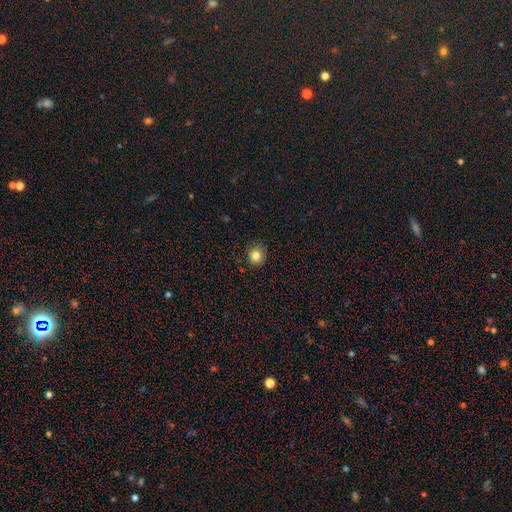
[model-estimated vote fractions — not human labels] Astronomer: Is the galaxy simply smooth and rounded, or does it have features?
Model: smooth — 83%.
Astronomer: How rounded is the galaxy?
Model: round — 85%.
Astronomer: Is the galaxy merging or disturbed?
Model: none — 87%.